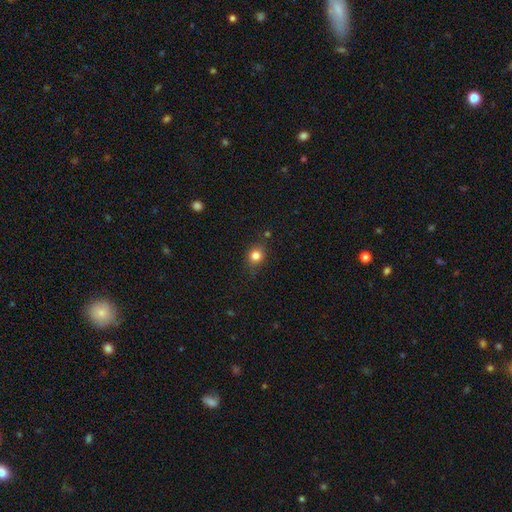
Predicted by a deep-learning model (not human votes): The model was most divided on "how rounded": round: 73%, in between: 26%, cigar-shaped: 1%. More confident: smooth or featured — smooth (81%); merging — none (80%).